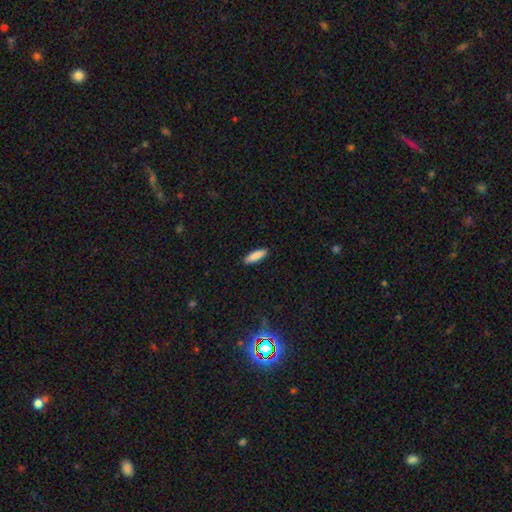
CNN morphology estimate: Smooth or featured? Predicted: smooth (p=0.88). How rounded? Predicted: cigar-shaped (p=0.56). Merging? Predicted: none (p=0.90).